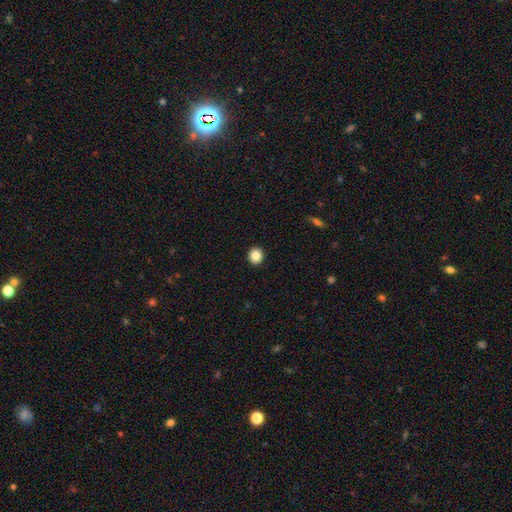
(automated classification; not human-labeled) The model was most divided on "how rounded": round: 84%, in between: 16%, cigar-shaped: 1%. More confident: merging — none (93%); smooth or featured — smooth (87%).